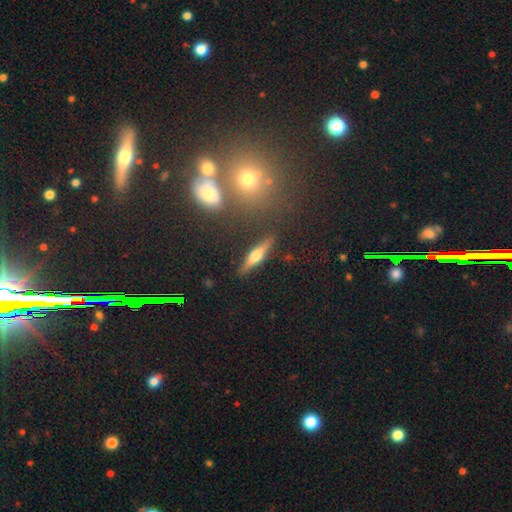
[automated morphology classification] A featured or disk galaxy (61%) viewed edge-on (95%) with a rounded central bulge (92%).

Vote fractions:
- Smooth or featured? featured or disk: 61% / smooth: 32% / star or artifact: 7%
- Edge-on disk? yes: 95% / no: 5%
- Edge-on bulge? rounded: 92% / boxy: 5% / none: 3%
- Merging? none: 87% / minor disturbance: 8% / merger: 2% / major disturbance: 2%